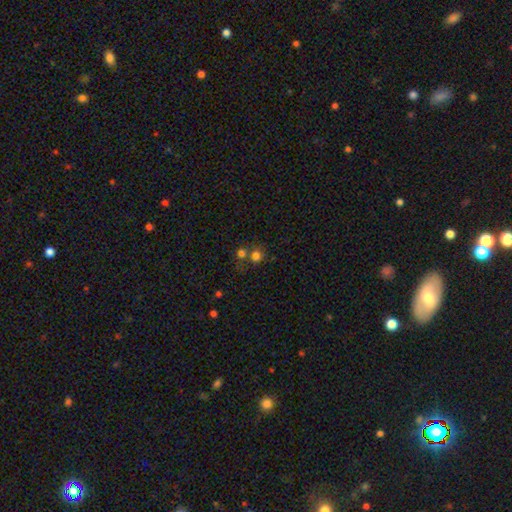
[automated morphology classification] Smooth or featured?
  - smooth: 74% *
  - star or artifact: 17%
  - featured or disk: 9%
How rounded?
  - round: 87% *
  - in between: 12%
  - cigar-shaped: 1%
Merging?
  - none: 53% *
  - merger: 35%
  - minor disturbance: 8%
  - major disturbance: 4%